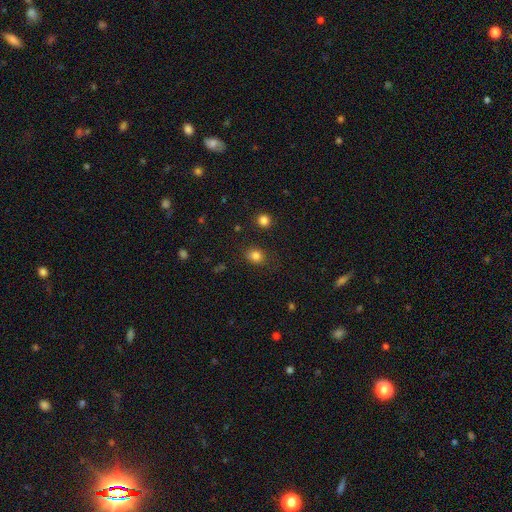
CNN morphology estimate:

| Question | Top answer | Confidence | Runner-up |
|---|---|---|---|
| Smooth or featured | smooth | 81% | star or artifact (13%) |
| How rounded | round | 64% | in between (35%) |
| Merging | none | 81% | minor disturbance (12%) |